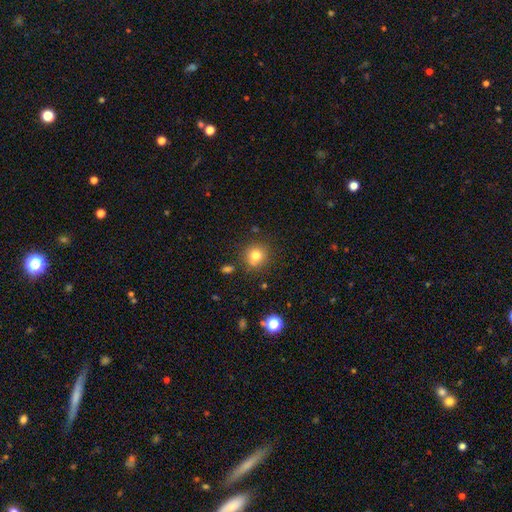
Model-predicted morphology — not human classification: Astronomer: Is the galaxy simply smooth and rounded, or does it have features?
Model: smooth — 79%.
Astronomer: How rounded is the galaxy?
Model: round — 91%.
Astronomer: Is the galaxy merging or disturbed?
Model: none — 82%.